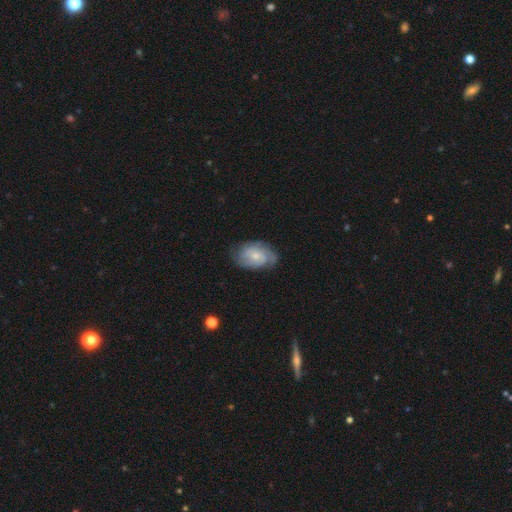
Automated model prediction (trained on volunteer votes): smooth-or-featured: featured or disk: 55% | smooth: 38% | star or artifact: 6%
  disk-edge-on: no: 96% | yes: 4%
    bar: no: 67% | weak: 29% | strong: 4%
    has-spiral-arms: yes: 84% | no: 16%
    bulge-size: small: 58% | moderate: 34% | none: 4% | large: 2% | dominant: 1%
  merging: none: 66% | minor disturbance: 25% | major disturbance: 8% | merger: 1%